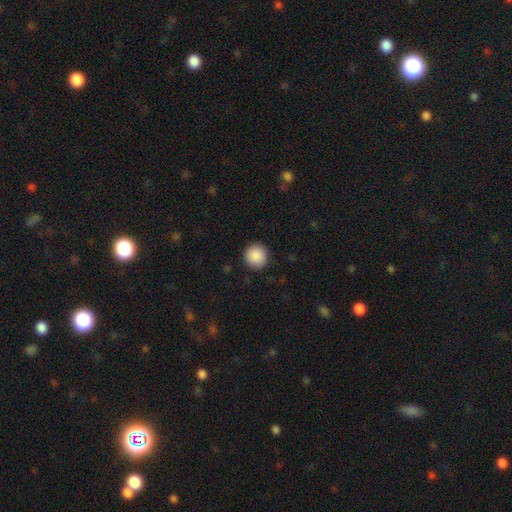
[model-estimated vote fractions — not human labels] smooth-or-featured: smooth: 89% | star or artifact: 8% | featured or disk: 3%
  how-rounded: round: 95% | in between: 4% | cigar-shaped: 1%
  merging: none: 91% | minor disturbance: 6% | major disturbance: 2% | merger: 1%